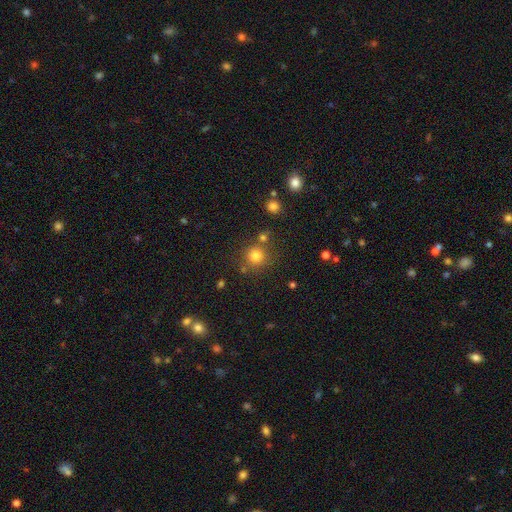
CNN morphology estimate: Smooth or featured?
  - smooth: 79% *
  - star or artifact: 15%
  - featured or disk: 7%
How rounded?
  - round: 92% *
  - in between: 7%
  - cigar-shaped: 1%
Merging?
  - none: 76% *
  - merger: 11%
  - minor disturbance: 9%
  - major disturbance: 4%